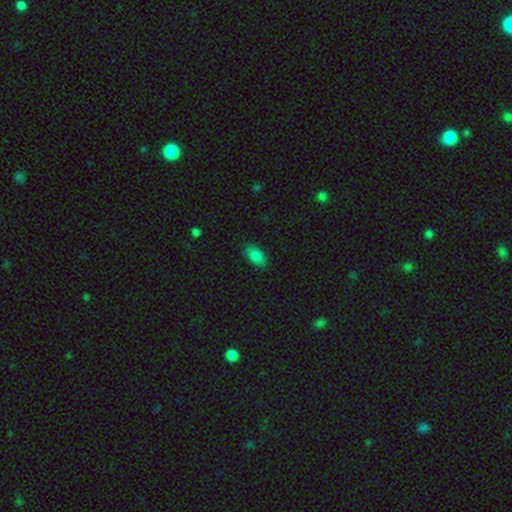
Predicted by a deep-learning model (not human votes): A smooth galaxy with no disk features (83%) that is in between round and cigar-shaped (91%). Merging: none (85%).